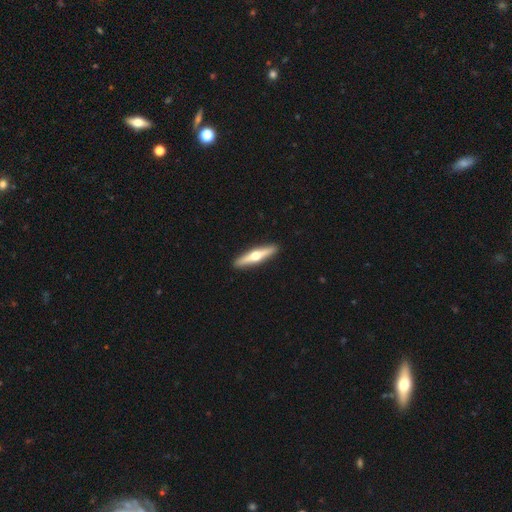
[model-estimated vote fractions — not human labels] This is likely a featured or disk galaxy (63%). It is clearly viewed edge-on (96%). Edge-on bulge: clearly rounded (95%). Merging: clearly none (92%).